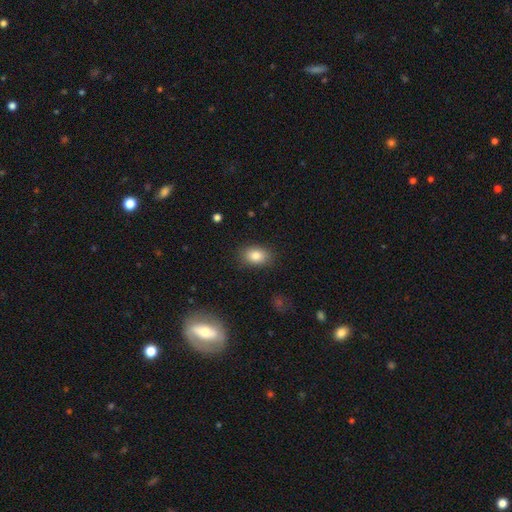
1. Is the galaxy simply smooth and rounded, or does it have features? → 80% smooth, 12% star or artifact, 8% featured or disk.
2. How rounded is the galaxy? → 91% in between, 9% round, 0% cigar-shaped.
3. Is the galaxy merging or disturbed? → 94% none, 3% minor disturbance, 3% major disturbance, 0% merger.